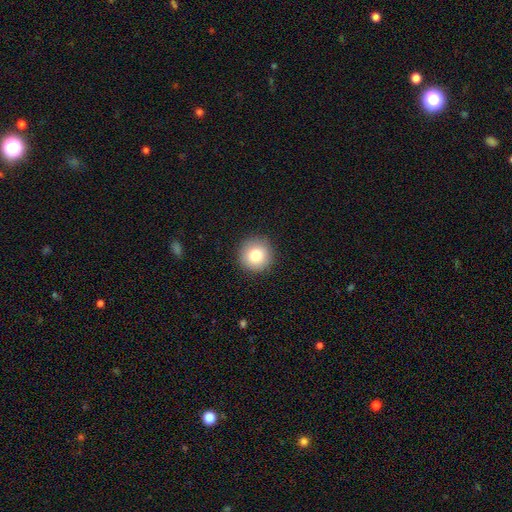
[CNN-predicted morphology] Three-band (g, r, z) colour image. It shows a smooth galaxy with no disk features (83%) that is round (95%). Merging: none (91%).